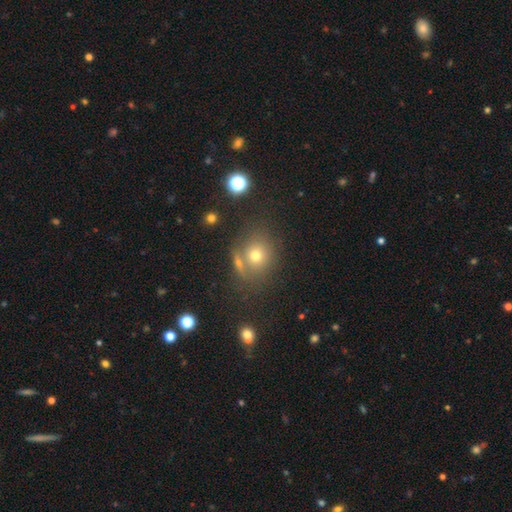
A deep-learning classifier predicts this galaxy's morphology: Q: Smooth or featured?
A: smooth (69%); runner-up: star or artifact (17%)
Q: How rounded?
A: round (75%); runner-up: in between (24%)
Q: Merging?
A: none (62%); runner-up: merger (20%)